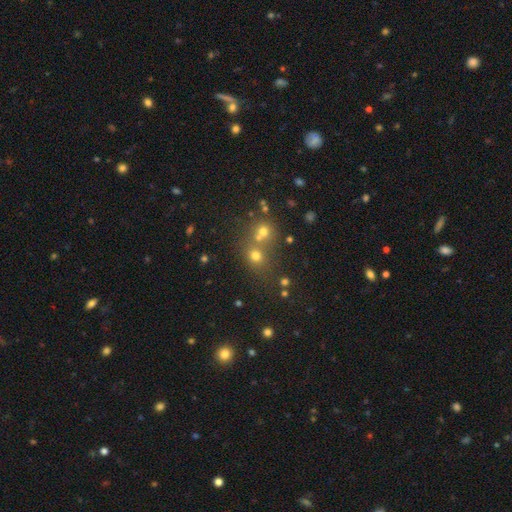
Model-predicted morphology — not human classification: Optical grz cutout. It shows a smooth galaxy with no disk features (67%) that is round (77%). Merging: none (53%).